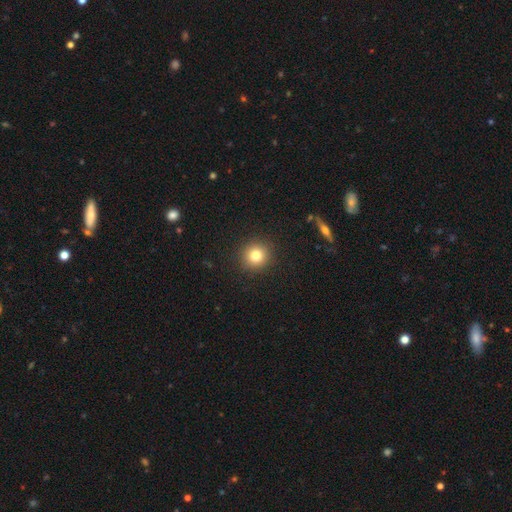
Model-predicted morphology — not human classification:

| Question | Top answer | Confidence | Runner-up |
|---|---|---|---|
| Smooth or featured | smooth | 80% | star or artifact (12%) |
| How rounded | round | 92% | in between (7%) |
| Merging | none | 91% | minor disturbance (6%) |